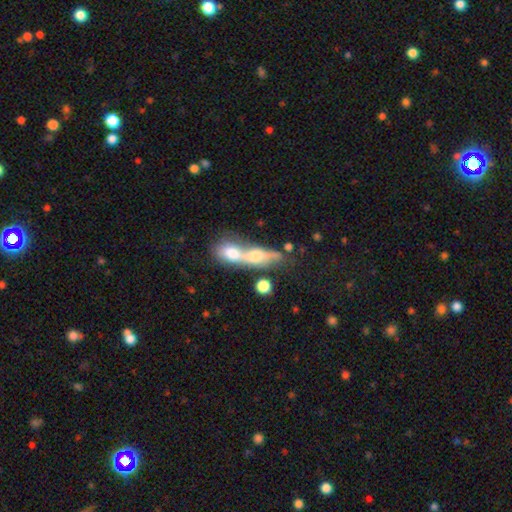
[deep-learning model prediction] smooth 52%, featured or disk 38%, star or artifact 9%. Down the decision tree: how rounded — in between (50%); merging — merger (68%).